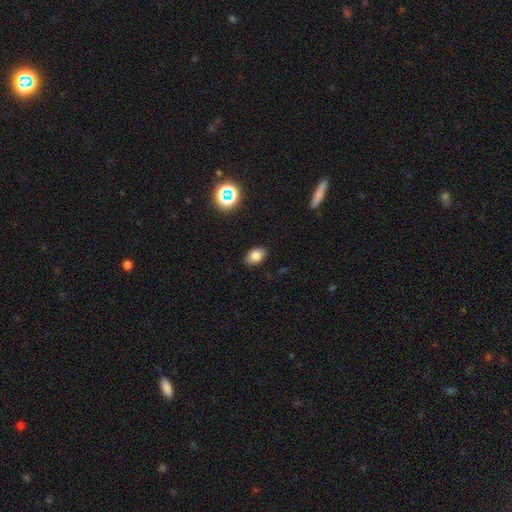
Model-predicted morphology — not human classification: Smooth or featured?
  - smooth: 79% *
  - star or artifact: 12%
  - featured or disk: 9%
How rounded?
  - in between: 87% *
  - round: 12%
  - cigar-shaped: 1%
Merging?
  - none: 87% *
  - minor disturbance: 9%
  - major disturbance: 2%
  - merger: 1%